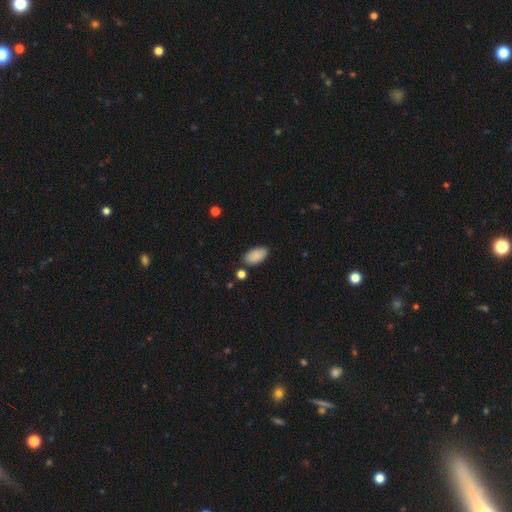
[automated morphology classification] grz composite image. It shows a smooth galaxy with no disk features (89%) that is in between round and cigar-shaped (94%). Merging: none (81%).